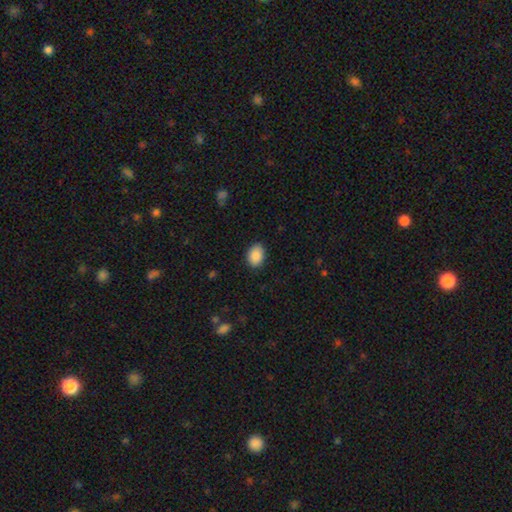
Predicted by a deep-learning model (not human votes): smooth 89%, star or artifact 7%, featured or disk 3%. Down the decision tree: how rounded — in between (78%); merging — none (87%).